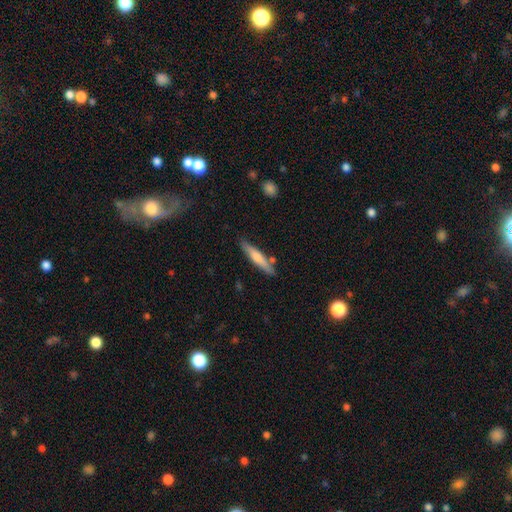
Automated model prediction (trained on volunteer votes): This is possibly a smooth galaxy (48%). Merging: clearly none (83%).